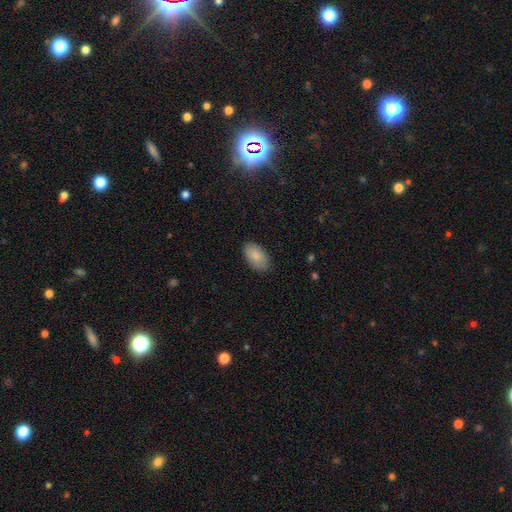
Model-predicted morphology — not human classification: A smooth galaxy with no disk features (86%) that is in between round and cigar-shaped (94%). Merging: none (86%).